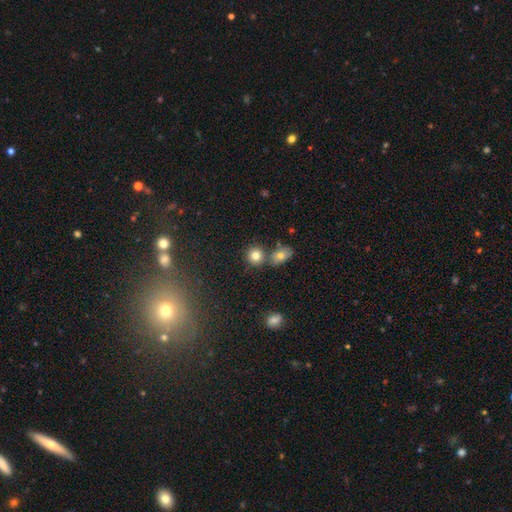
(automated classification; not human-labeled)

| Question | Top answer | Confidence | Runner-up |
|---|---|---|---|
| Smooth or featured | smooth | 80% | star or artifact (11%) |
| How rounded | round | 84% | in between (15%) |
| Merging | none | 68% | merger (20%) |